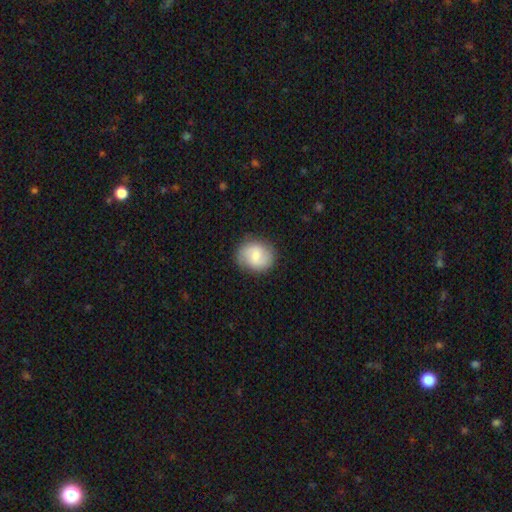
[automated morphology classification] smooth-or-featured: smooth: 62% | featured or disk: 31% | star or artifact: 7%
  how-rounded: round: 69% | in between: 30% | cigar-shaped: 1%
  merging: none: 84% | minor disturbance: 12% | major disturbance: 3% | merger: 1%